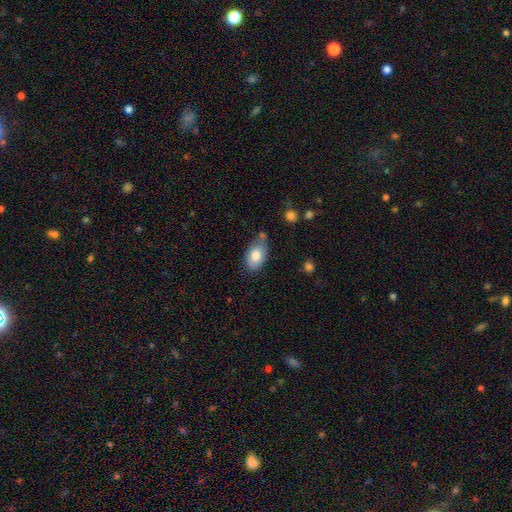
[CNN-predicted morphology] The model was most divided on "merging": none: 59%, minor disturbance: 27%, merger: 8%, major disturbance: 6%. More confident: how rounded — in between (91%); smooth or featured — smooth (78%).